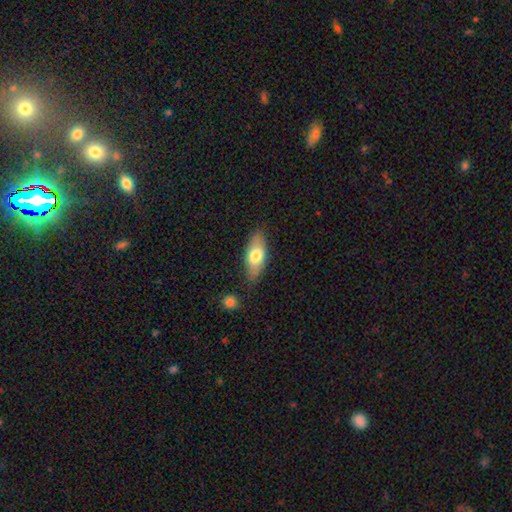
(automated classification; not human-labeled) Q: Smooth or featured?
A: smooth (71%); runner-up: featured or disk (23%)
Q: How rounded?
A: in between (80%); runner-up: cigar-shaped (17%)
Q: Merging?
A: none (81%); runner-up: minor disturbance (14%)